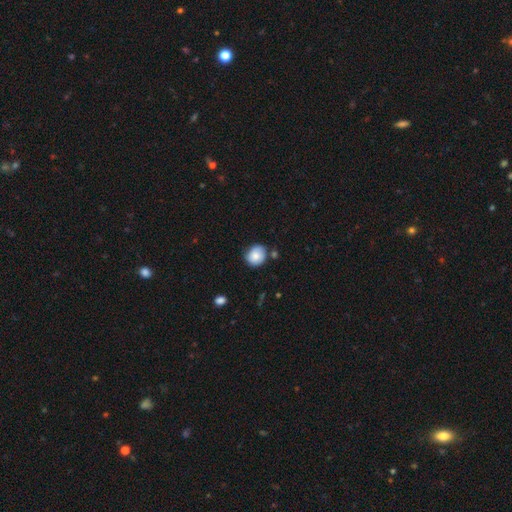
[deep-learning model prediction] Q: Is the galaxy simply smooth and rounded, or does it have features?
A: smooth — 79%.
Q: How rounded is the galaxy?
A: round — 77%.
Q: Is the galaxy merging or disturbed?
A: none — 71%.